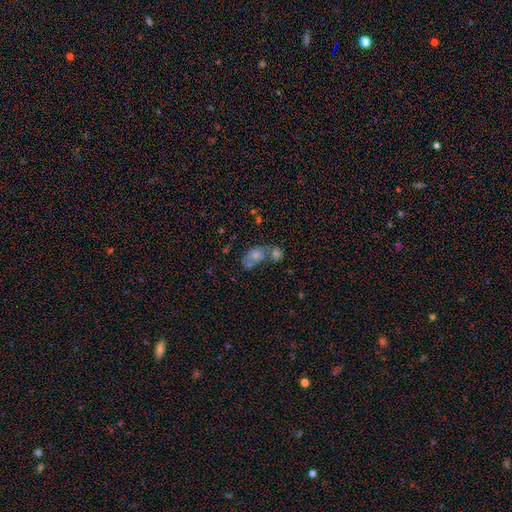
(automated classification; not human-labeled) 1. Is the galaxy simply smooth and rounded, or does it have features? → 64% smooth, 23% featured or disk, 13% star or artifact.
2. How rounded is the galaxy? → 77% in between, 20% round, 2% cigar-shaped.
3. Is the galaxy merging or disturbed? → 52% merger, 27% none, 13% minor disturbance, 8% major disturbance.